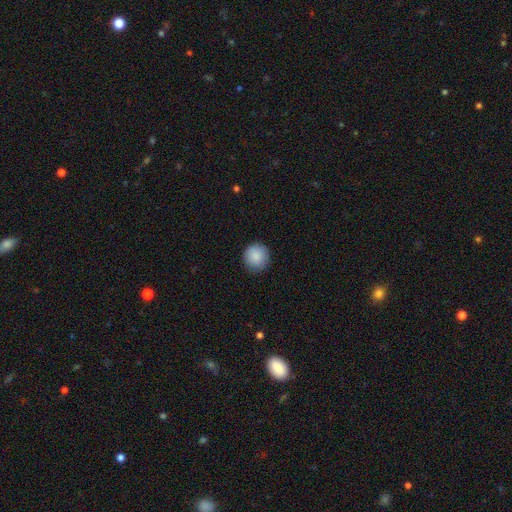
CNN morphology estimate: Smooth or featured? smooth (88%)
How rounded? round (94%)
Merging? none (88%)